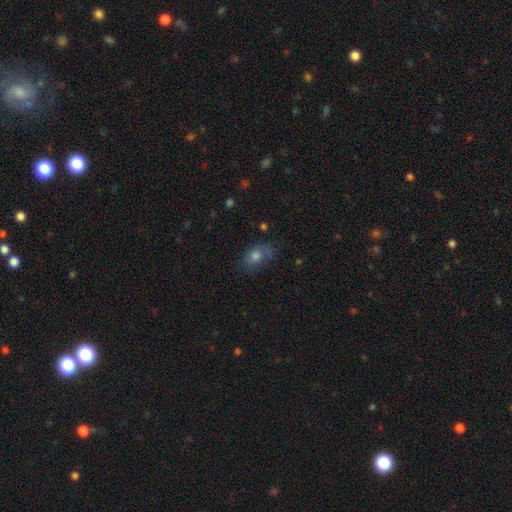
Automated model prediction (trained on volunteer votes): Morphology: type=smooth (67%); roundness=in between (77%); merging=none (67%).